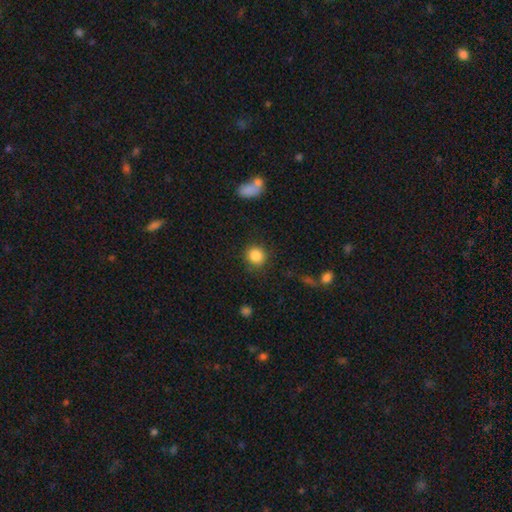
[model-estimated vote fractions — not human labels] A smooth galaxy with no disk features (86%) that is round (90%).

Vote fractions:
- Smooth or featured? smooth: 86% / star or artifact: 9% / featured or disk: 4%
- How rounded? round: 90% / in between: 9% / cigar-shaped: 1%
- Merging? none: 86% / minor disturbance: 9% / major disturbance: 3% / merger: 2%